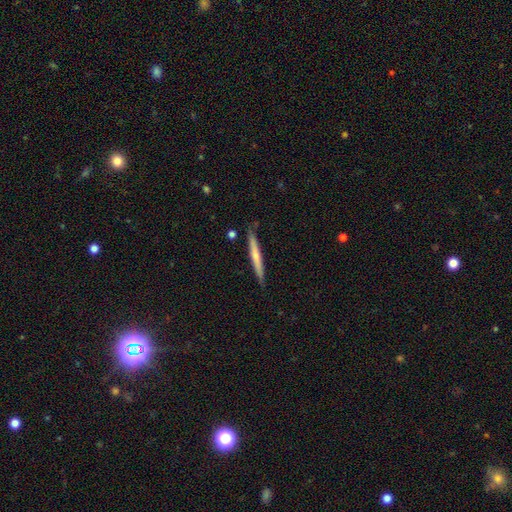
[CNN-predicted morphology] Smooth or featured? Predicted: smooth (p=0.53). How rounded? Predicted: cigar-shaped (p=0.96). Merging? Predicted: none (p=0.87).